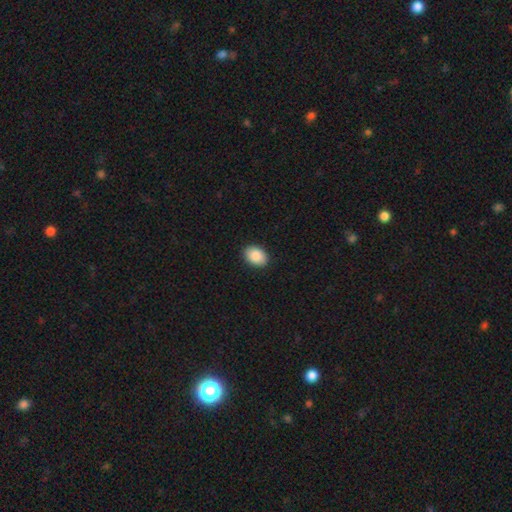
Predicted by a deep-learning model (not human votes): This appears to be a smooth galaxy with no disk features (89%) that is in between round and cigar-shaped (81%). Merging: none (90%).